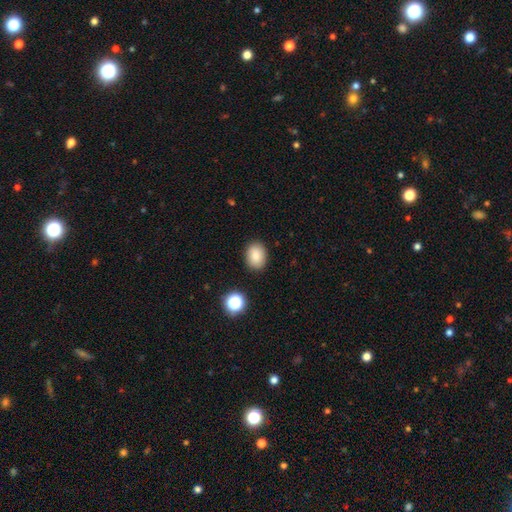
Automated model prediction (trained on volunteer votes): Q: Smooth or featured?
A: smooth (84%); runner-up: star or artifact (10%)
Q: How rounded?
A: in between (59%); runner-up: round (40%)
Q: Merging?
A: none (87%); runner-up: minor disturbance (9%)